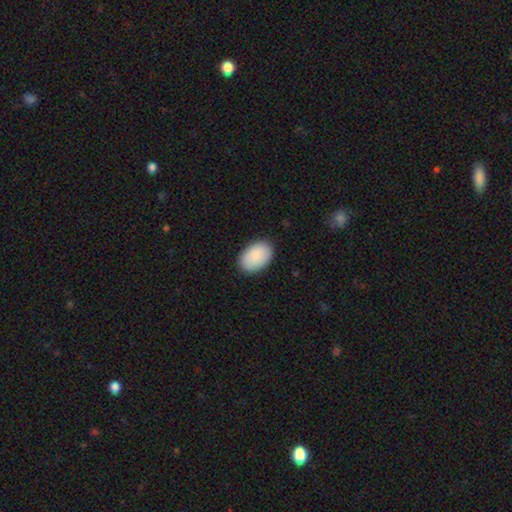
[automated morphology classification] Smooth or featured: smooth — 91% (star or artifact — 6%)
How rounded: in between — 91% (round — 8%)
Merging: none — 88% (minor disturbance — 9%)